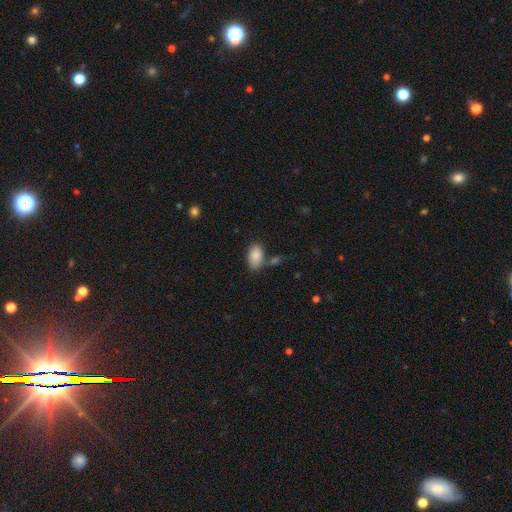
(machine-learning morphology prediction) Smooth or featured: smooth — 87% (star or artifact — 7%)
How rounded: in between — 93% (round — 5%)
Merging: none — 61% (minor disturbance — 19%)